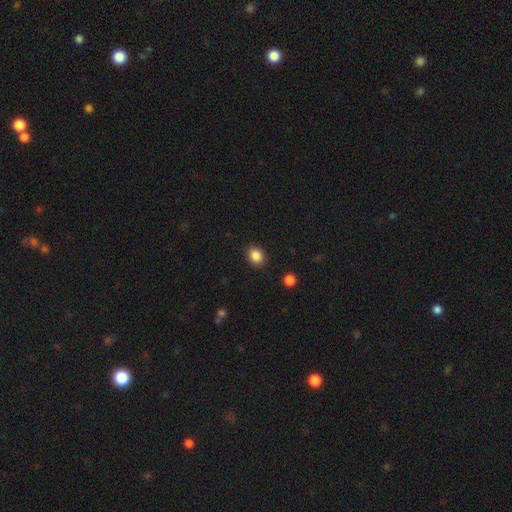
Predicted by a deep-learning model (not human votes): The model was most divided on "how rounded": round: 51%, in between: 48%, cigar-shaped: 1%. More confident: merging — none (89%); smooth or featured — smooth (86%).